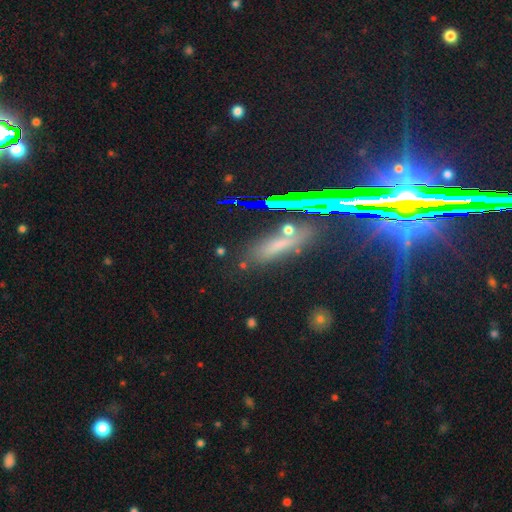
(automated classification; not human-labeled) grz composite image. It shows a star or artifact, not a galaxy (51%).